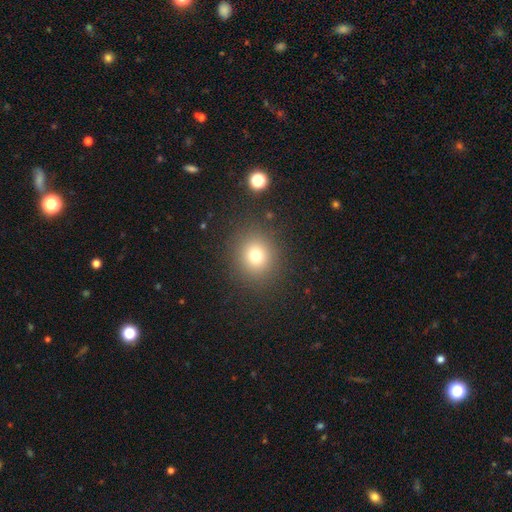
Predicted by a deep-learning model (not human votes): Smooth or featured?
  - smooth: 74% *
  - star or artifact: 17%
  - featured or disk: 9%
How rounded?
  - round: 85% *
  - in between: 14%
  - cigar-shaped: 1%
Merging?
  - none: 88% *
  - minor disturbance: 7%
  - major disturbance: 4%
  - merger: 2%